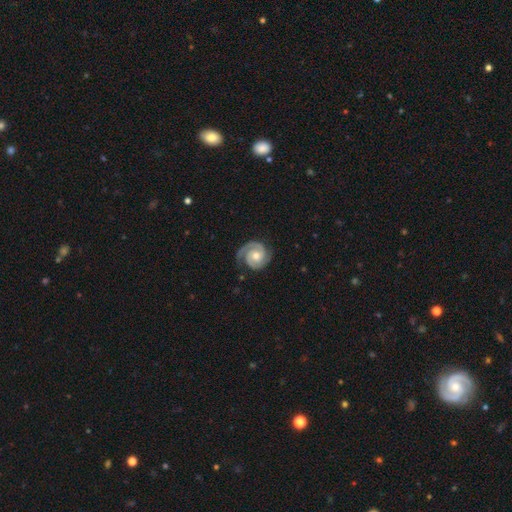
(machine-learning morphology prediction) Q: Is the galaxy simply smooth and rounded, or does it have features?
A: featured or disk — 90%.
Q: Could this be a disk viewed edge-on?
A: no — 98%.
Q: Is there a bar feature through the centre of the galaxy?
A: no — 69%.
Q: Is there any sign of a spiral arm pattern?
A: yes — 98%.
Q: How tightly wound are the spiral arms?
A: tight — 67%.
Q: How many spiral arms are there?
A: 2 — 85%.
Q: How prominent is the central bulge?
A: moderate — 66%.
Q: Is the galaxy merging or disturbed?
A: none — 78%.